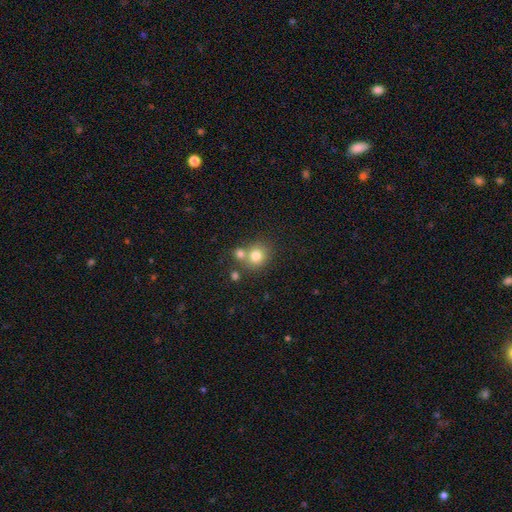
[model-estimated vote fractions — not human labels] Morphology: type=smooth (78%); roundness=round (81%); merging=none (54%).